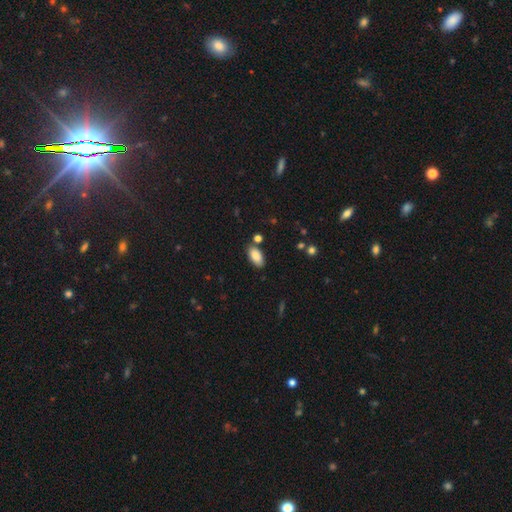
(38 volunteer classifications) Smooth or featured? 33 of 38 (87%) said smooth. How rounded? 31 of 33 (94%) said in between. Merging? 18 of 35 (51%) said none.